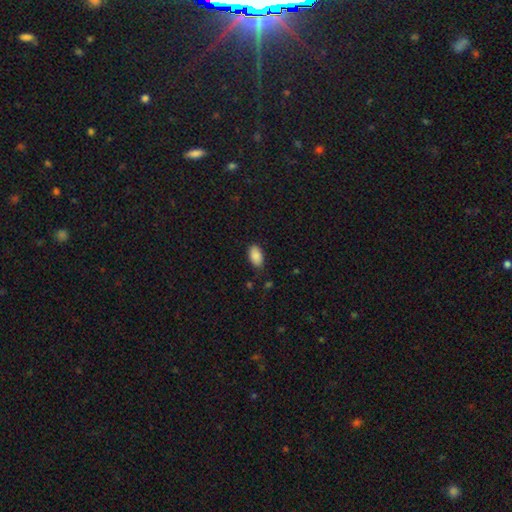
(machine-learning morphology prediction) Smooth or featured?
  - smooth: 89% *
  - star or artifact: 8%
  - featured or disk: 3%
How rounded?
  - in between: 94% *
  - round: 4%
  - cigar-shaped: 2%
Merging?
  - none: 82% *
  - minor disturbance: 13%
  - major disturbance: 3%
  - merger: 1%